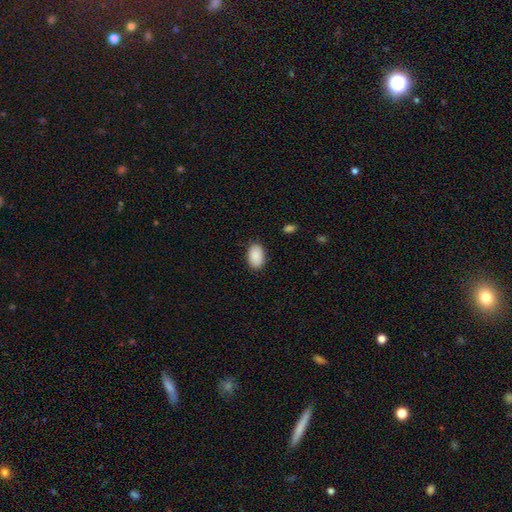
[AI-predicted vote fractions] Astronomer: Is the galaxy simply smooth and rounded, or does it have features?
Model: smooth — 90%.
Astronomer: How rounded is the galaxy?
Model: in between — 92%.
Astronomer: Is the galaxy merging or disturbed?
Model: none — 86%.